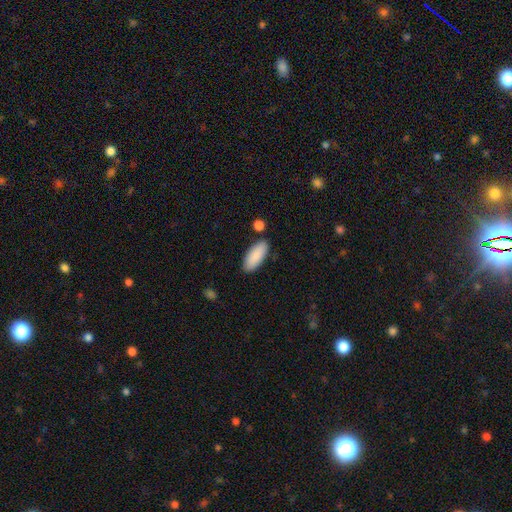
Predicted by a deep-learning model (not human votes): Smooth or featured? Predicted: smooth (p=0.89). How rounded? Predicted: in between (p=0.84). Merging? Predicted: none (p=0.83).